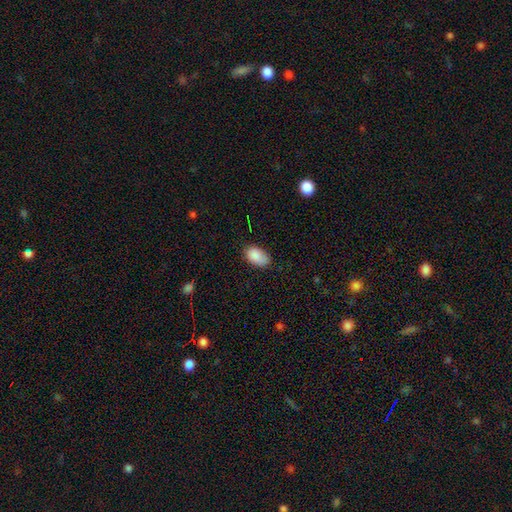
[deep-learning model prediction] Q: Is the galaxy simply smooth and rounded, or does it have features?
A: smooth — 87%.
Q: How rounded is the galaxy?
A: in between — 92%.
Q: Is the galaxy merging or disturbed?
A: none — 67%.